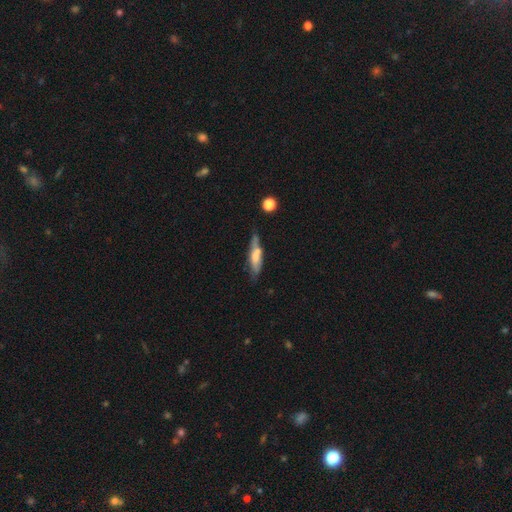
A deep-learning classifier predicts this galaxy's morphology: The model was most divided on "smooth or featured": smooth: 52%, featured or disk: 40%, star or artifact: 7%. More confident: how rounded — cigar-shaped (69%); merging — none (55%).